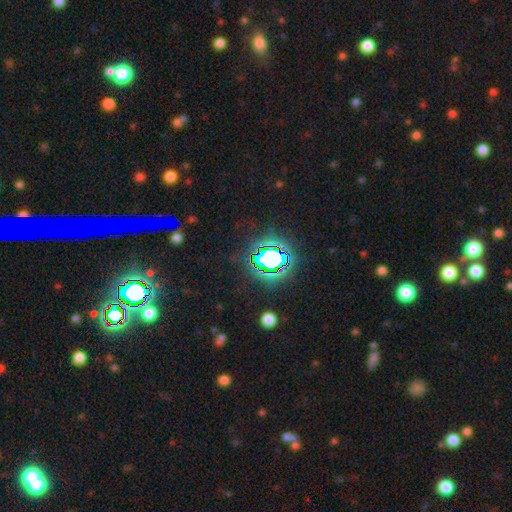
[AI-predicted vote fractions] star or artifact 77%, smooth 14%, featured or disk 9%.